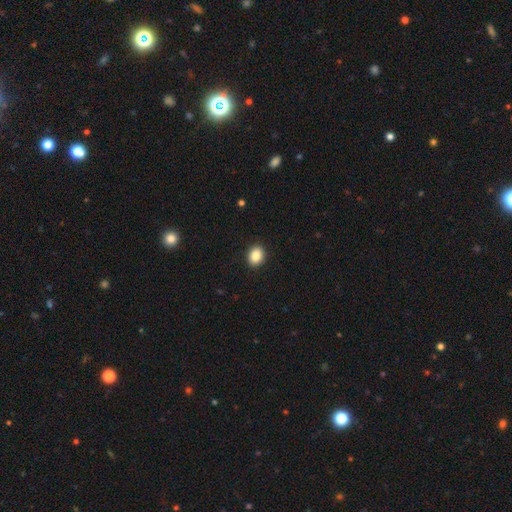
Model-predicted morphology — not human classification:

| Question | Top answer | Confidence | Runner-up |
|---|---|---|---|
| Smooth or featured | smooth | 88% | star or artifact (9%) |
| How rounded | in between | 57% | round (42%) |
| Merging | none | 91% | minor disturbance (6%) |